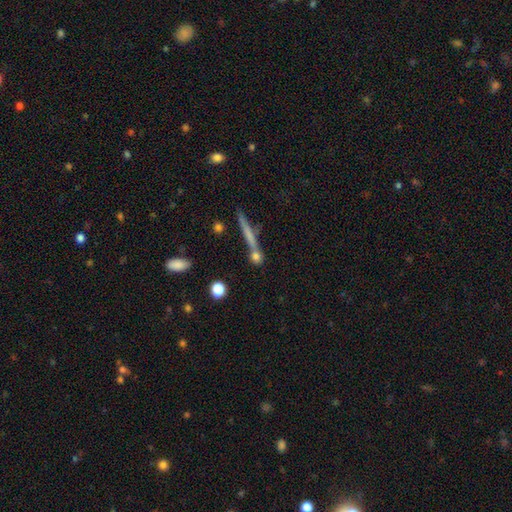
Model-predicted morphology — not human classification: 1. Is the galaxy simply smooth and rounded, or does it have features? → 44% featured or disk, 39% smooth, 17% star or artifact.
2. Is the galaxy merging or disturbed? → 73% none, 12% merger, 10% minor disturbance, 5% major disturbance.